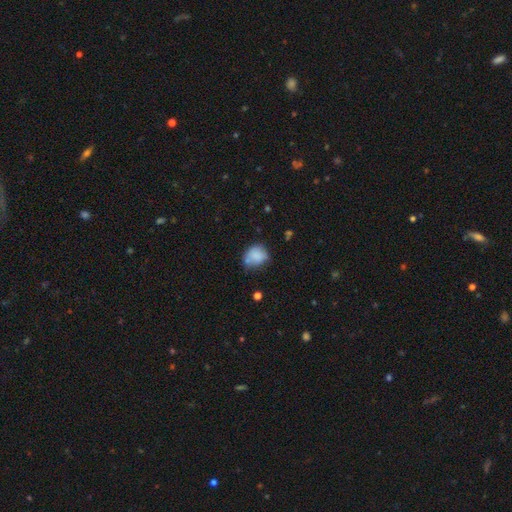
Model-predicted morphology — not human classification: The model was most divided on "merging": none: 48%, minor disturbance: 32%, merger: 10%, major disturbance: 10%. More confident: smooth or featured — smooth (78%); how rounded — round (63%).